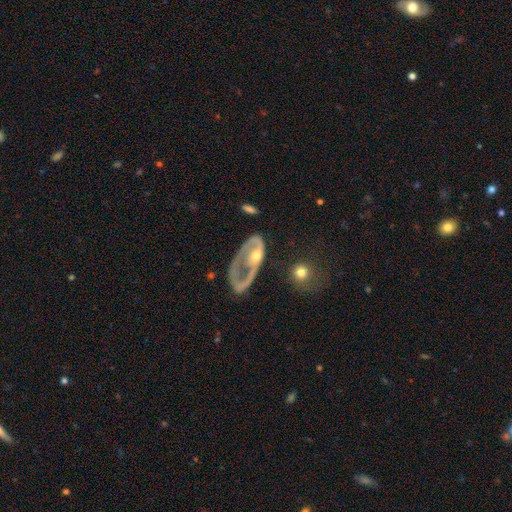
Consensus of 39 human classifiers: This is likely a featured or disk galaxy (74%). It is clearly not viewed edge-on (90%). Bar: clearly no (92%). Spiral arm pattern: clearly no (88%). Central bulge: possibly small (54%). Merging: possibly major disturbance (55%).